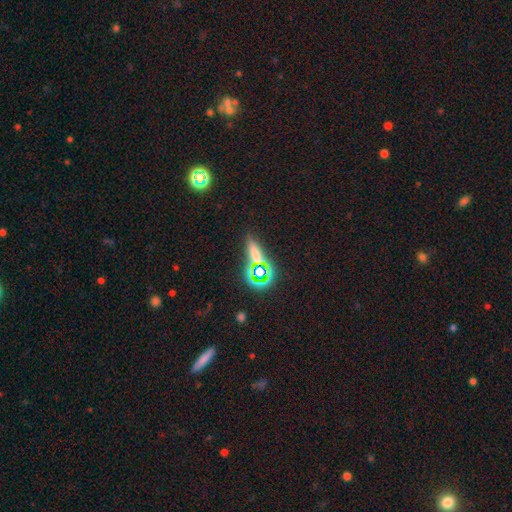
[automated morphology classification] smooth 47%, star or artifact 39%, featured or disk 14%. Down the decision tree: merging — none (71%).